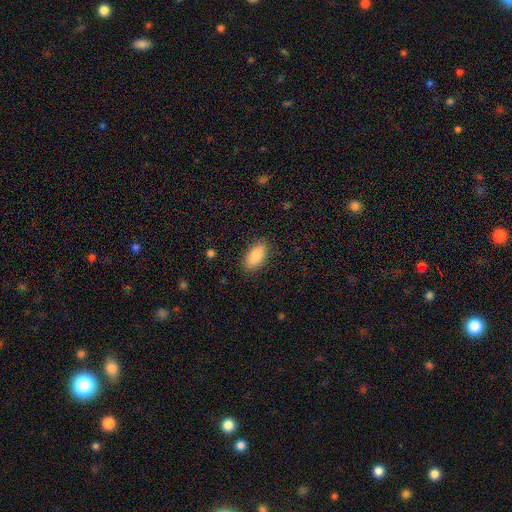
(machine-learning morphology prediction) Overall: smooth (88%). How rounded: in between (91%). Merging: none (86%).